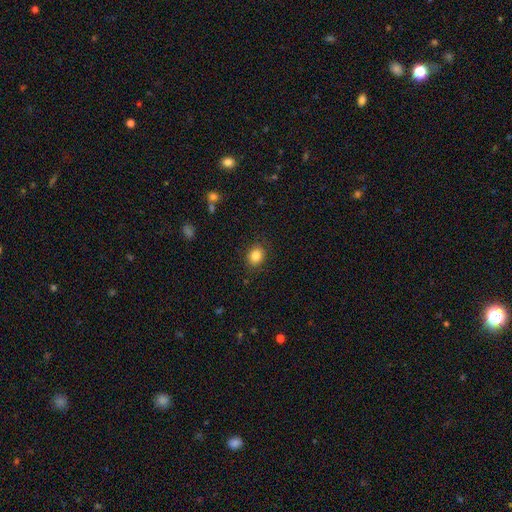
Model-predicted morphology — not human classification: smooth-or-featured: smooth: 85% | star or artifact: 10% | featured or disk: 5%
  how-rounded: round: 55% | in between: 44% | cigar-shaped: 1%
  merging: none: 86% | minor disturbance: 10% | major disturbance: 3% | merger: 1%